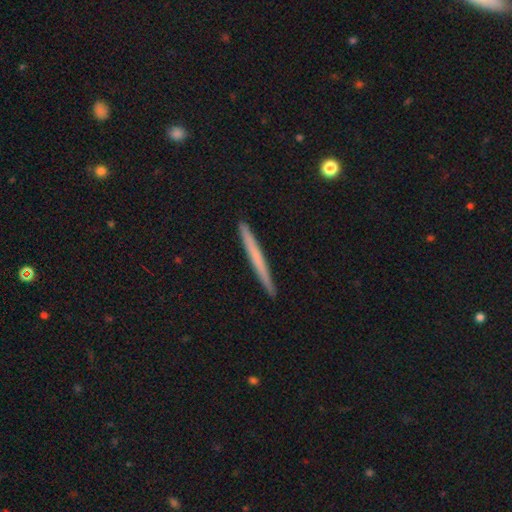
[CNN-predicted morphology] Smooth or featured? Predicted: smooth (p=0.57). How rounded? Predicted: cigar-shaped (p=0.97). Merging? Predicted: none (p=0.92).